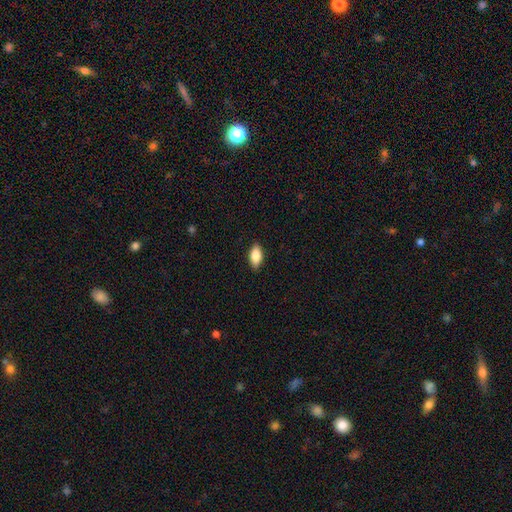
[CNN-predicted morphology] This appears to be a smooth galaxy with no disk features (82%) that is in between round and cigar-shaped (88%). Merging: none (88%).